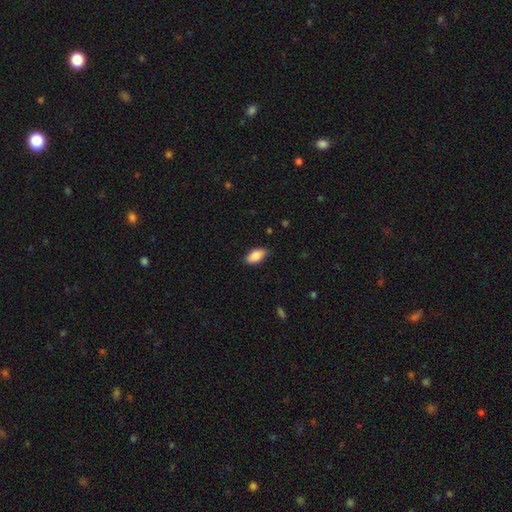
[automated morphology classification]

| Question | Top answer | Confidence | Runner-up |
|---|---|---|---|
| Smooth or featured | smooth | 84% | featured or disk (9%) |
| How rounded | in between | 91% | cigar-shaped (6%) |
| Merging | none | 81% | minor disturbance (16%) |